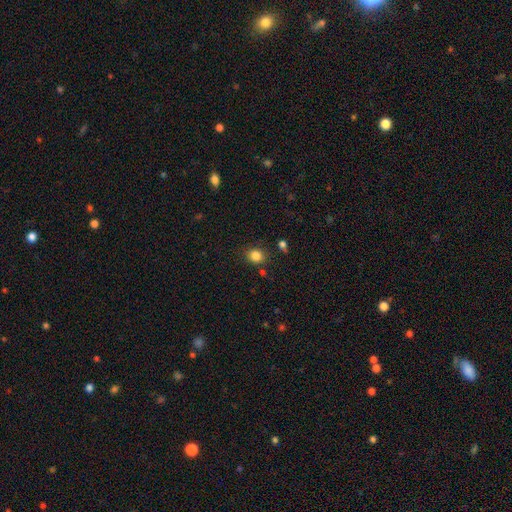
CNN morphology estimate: Q: Smooth or featured?
A: smooth (84%); runner-up: star or artifact (12%)
Q: How rounded?
A: round (72%); runner-up: in between (27%)
Q: Merging?
A: none (81%); runner-up: minor disturbance (12%)